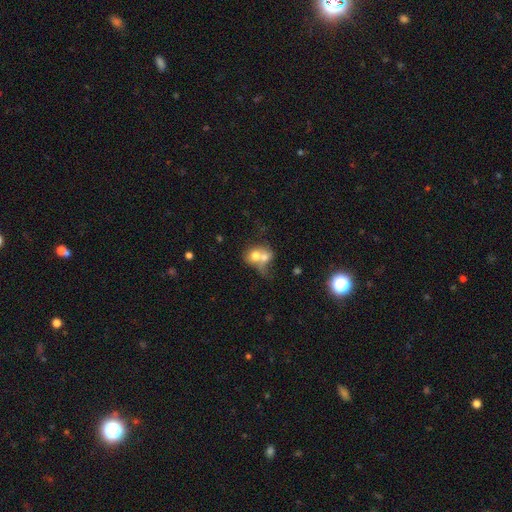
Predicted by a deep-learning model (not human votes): Smooth or featured: smooth — 66% (featured or disk — 25%)
How rounded: round — 59% (in between — 39%)
Merging: merger — 73% (none — 16%)